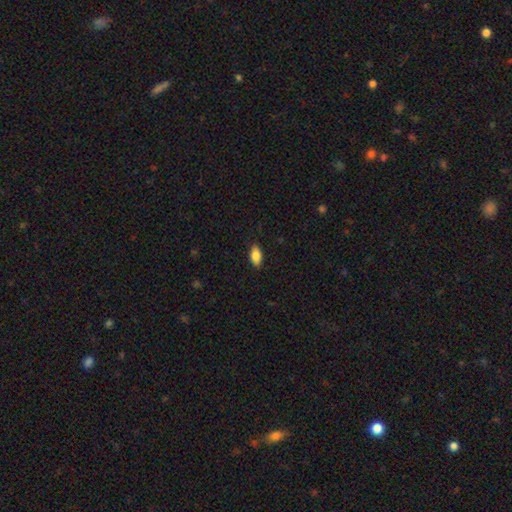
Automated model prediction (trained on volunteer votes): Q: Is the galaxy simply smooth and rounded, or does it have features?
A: smooth — 83%.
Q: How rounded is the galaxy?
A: in between — 90%.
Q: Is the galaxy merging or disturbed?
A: none — 87%.